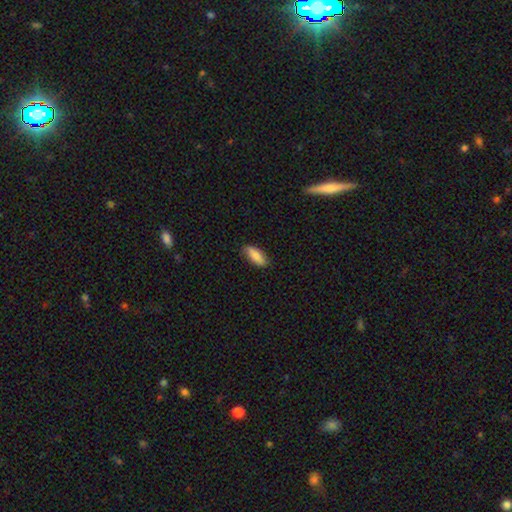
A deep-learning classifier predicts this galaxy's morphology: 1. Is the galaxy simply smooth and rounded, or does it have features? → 83% smooth, 11% featured or disk, 6% star or artifact.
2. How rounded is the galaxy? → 74% in between, 24% cigar-shaped, 2% round.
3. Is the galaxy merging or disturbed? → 81% none, 15% minor disturbance, 3% major disturbance, 1% merger.